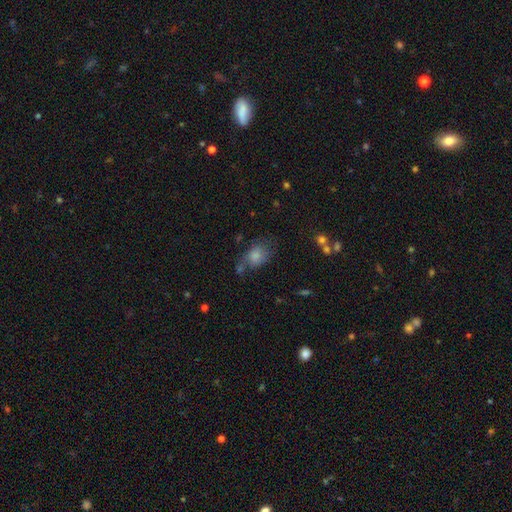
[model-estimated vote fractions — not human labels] smooth 76%, featured or disk 15%, star or artifact 10%. Down the decision tree: how rounded — in between (73%); merging — none (44%).